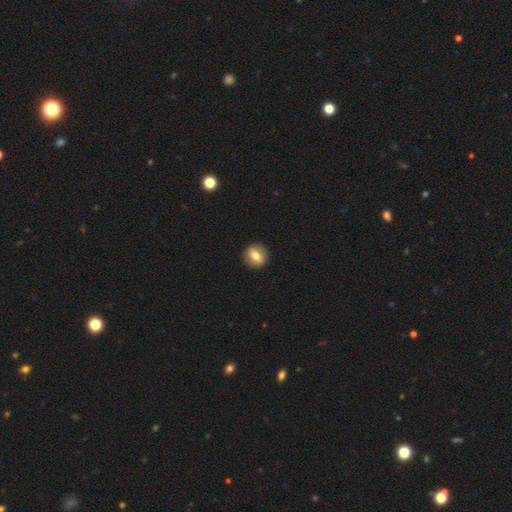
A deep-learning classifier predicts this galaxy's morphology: Smooth or featured? smooth (63%)
How rounded? round (76%)
Merging? none (90%)